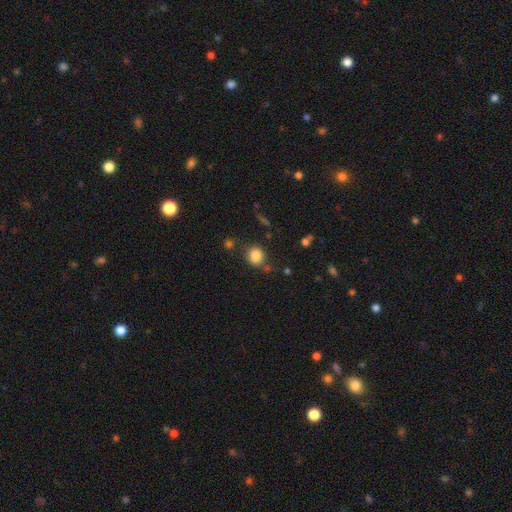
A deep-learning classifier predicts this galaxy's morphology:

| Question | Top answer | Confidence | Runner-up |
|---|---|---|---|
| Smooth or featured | smooth | 83% | star or artifact (11%) |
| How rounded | round | 77% | in between (22%) |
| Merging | none | 77% | minor disturbance (12%) |